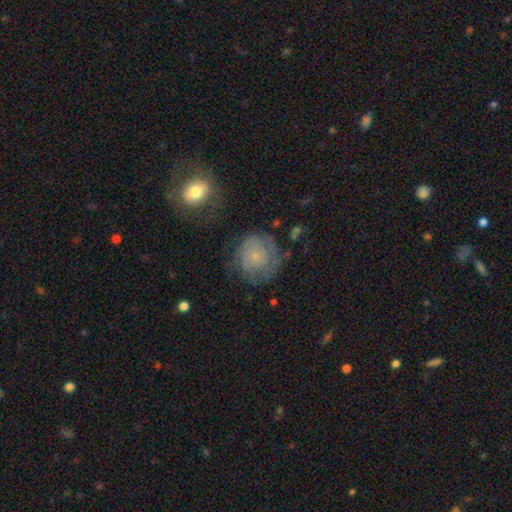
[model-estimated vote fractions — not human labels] Morphology: type=featured or disk (58%); edge-on=no (98%); bar=no (83%); spiral arms=yes (83%); bulge=small (78%); merging=none (63%).